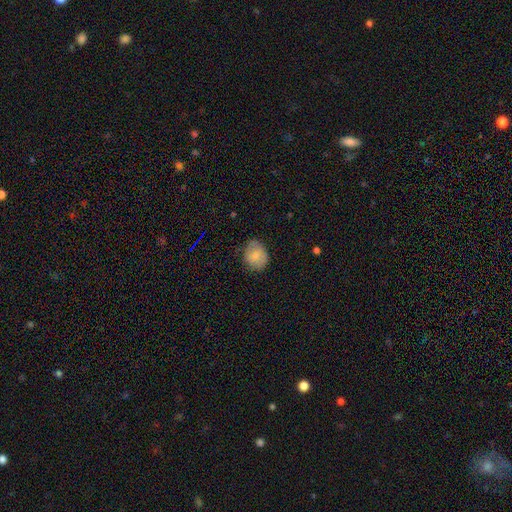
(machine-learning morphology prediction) type=smooth (78%); roundness=round (53%); merging=none (68%).